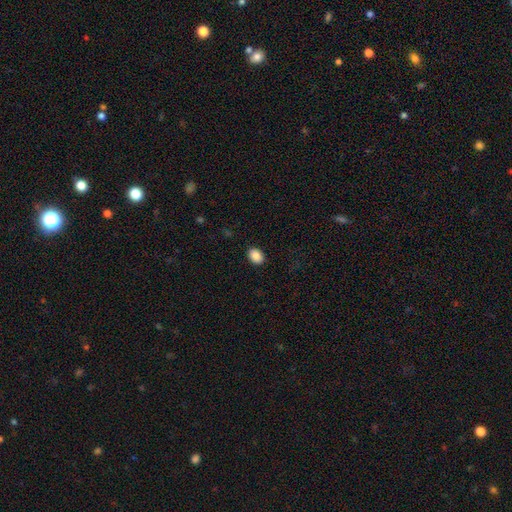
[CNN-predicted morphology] The model was most divided on "how rounded": in between: 74%, round: 25%, cigar-shaped: 1%. More confident: merging — none (90%); smooth or featured — smooth (89%).